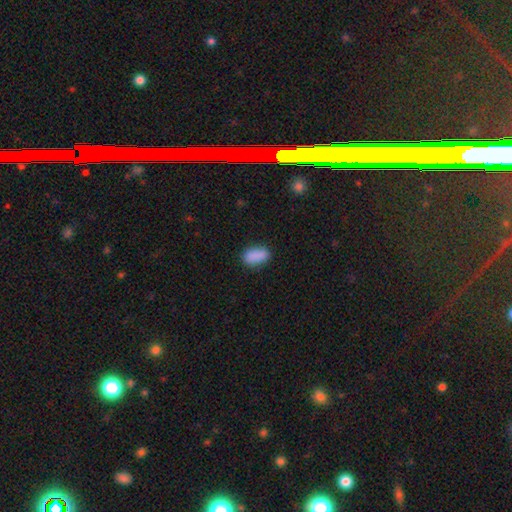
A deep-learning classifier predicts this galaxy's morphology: A smooth galaxy with no disk features (88%) that is in between round and cigar-shaped (90%). Merging: none (82%).